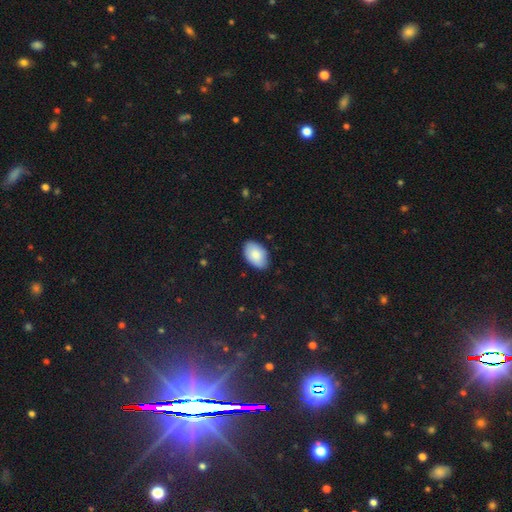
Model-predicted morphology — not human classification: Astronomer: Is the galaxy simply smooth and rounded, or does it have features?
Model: smooth — 85%.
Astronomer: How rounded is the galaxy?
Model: in between — 92%.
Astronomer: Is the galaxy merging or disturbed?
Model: none — 84%.